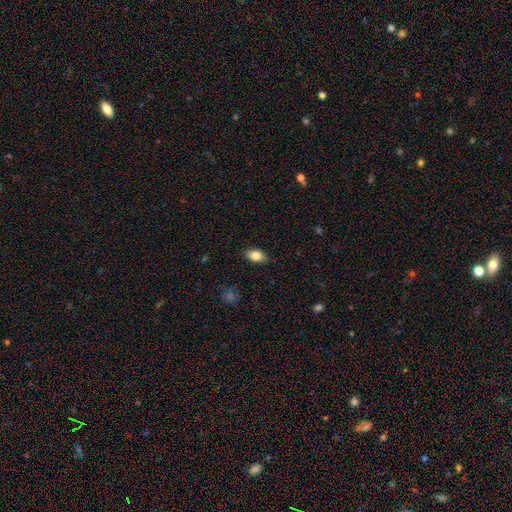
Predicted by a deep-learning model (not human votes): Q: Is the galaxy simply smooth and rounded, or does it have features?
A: smooth — 82%.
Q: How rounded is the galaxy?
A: in between — 89%.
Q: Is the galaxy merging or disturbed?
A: none — 86%.